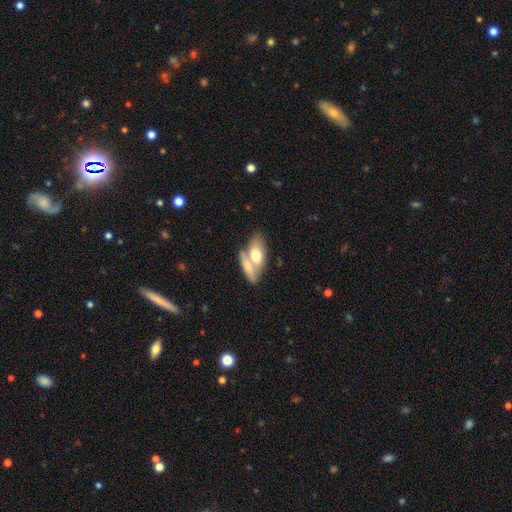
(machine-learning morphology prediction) Q: Smooth or featured?
A: smooth (66%); runner-up: featured or disk (29%)
Q: How rounded?
A: in between (83%); runner-up: cigar-shaped (12%)
Q: Merging?
A: merger (55%); runner-up: none (30%)